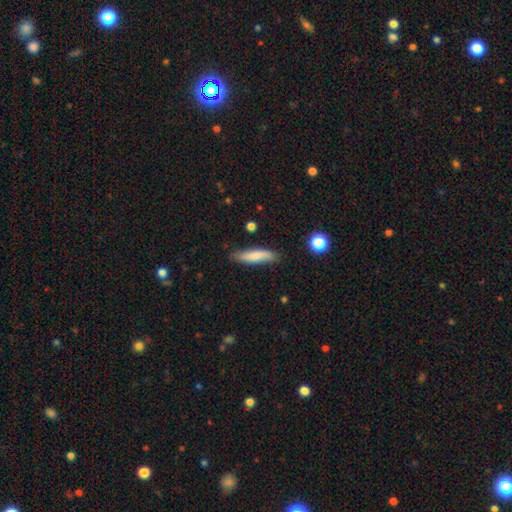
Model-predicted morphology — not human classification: Smooth or featured: smooth — 76% (featured or disk — 18%)
How rounded: cigar-shaped — 75% (in between — 23%)
Merging: none — 80% (minor disturbance — 15%)